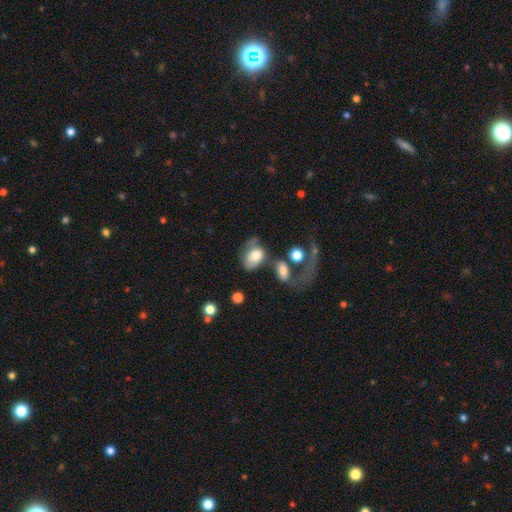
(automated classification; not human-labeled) Smooth or featured? Predicted: smooth (p=0.64). How rounded? Predicted: in between (p=0.82). Merging? Predicted: major disturbance (p=0.33).